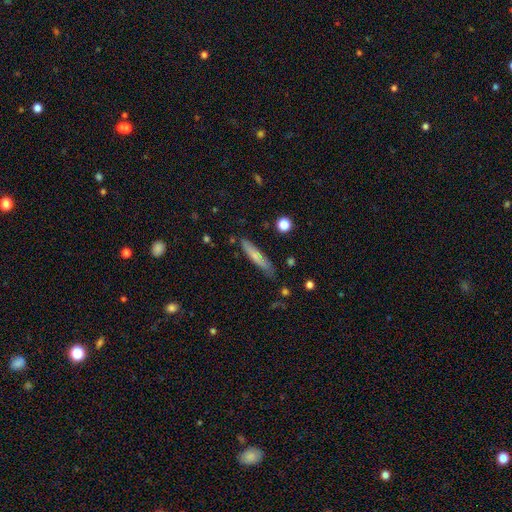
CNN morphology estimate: Smooth or featured: smooth — 65% (featured or disk — 29%)
How rounded: cigar-shaped — 89% (in between — 9%)
Merging: none — 79% (minor disturbance — 16%)